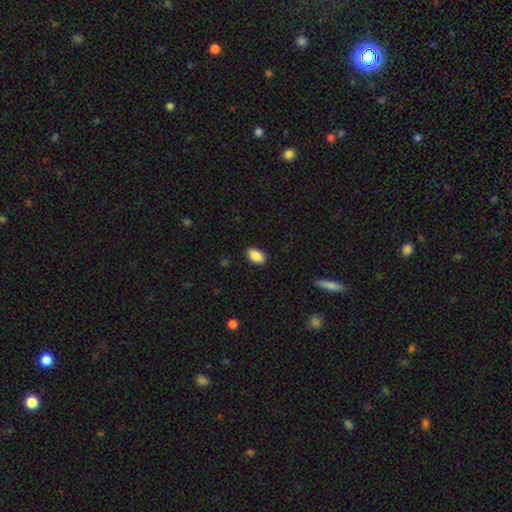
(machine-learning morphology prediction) The model was most divided on "merging": none: 89%, minor disturbance: 8%, major disturbance: 2%, merger: 1%. More confident: how rounded — in between (92%); smooth or featured — smooth (89%).